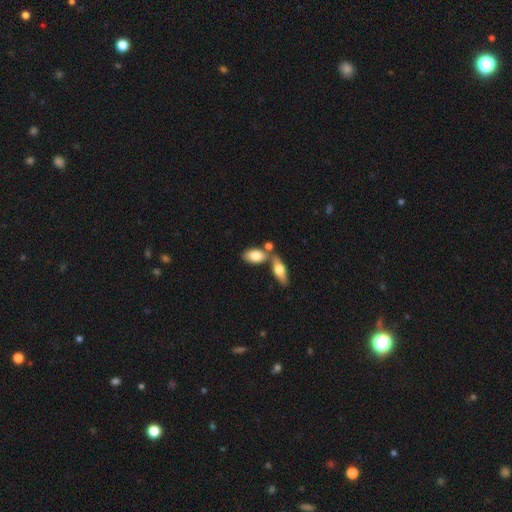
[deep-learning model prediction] smooth_or_featured: smooth (p=0.77) [alt: featured or disk p=0.18]
how_rounded: in between (p=0.90) [alt: cigar-shaped p=0.06]
merging: none (p=0.50) [alt: merger p=0.35]